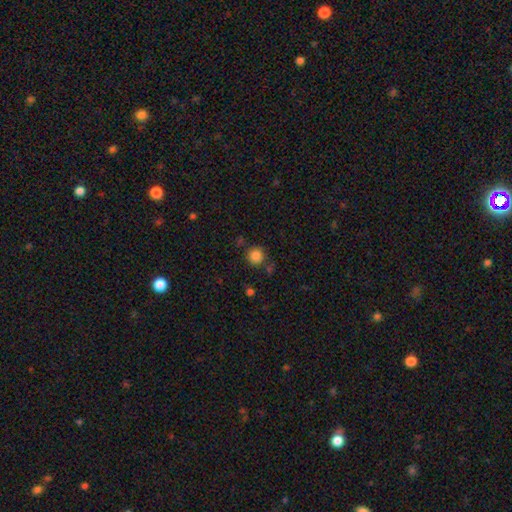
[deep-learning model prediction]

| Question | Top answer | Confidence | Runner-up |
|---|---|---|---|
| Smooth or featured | smooth | 85% | star or artifact (11%) |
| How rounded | round | 93% | in between (6%) |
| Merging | none | 81% | minor disturbance (9%) |